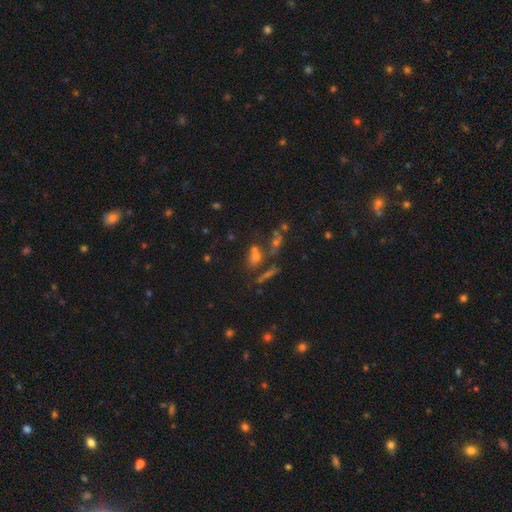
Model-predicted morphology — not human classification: Smooth or featured: smooth — 46% (star or artifact — 32%)
Merging: none — 43% (merger — 38%)